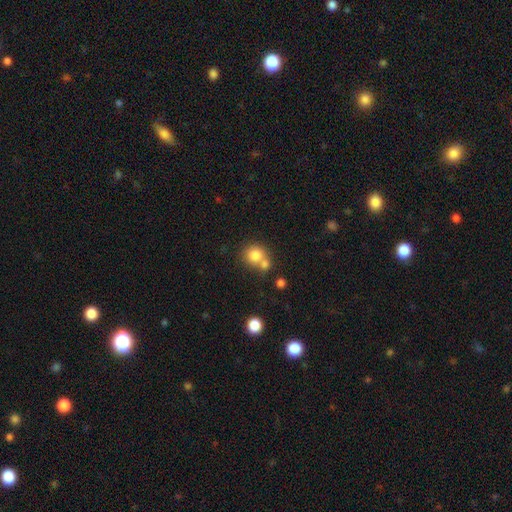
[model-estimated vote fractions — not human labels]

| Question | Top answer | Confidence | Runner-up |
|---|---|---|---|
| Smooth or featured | smooth | 80% | star or artifact (10%) |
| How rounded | round | 86% | in between (13%) |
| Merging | none | 50% | merger (39%) |